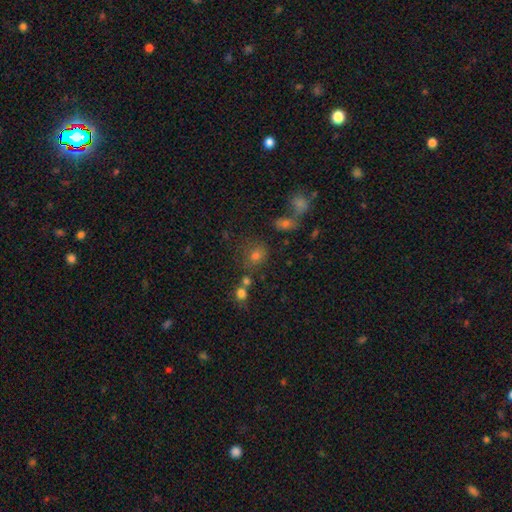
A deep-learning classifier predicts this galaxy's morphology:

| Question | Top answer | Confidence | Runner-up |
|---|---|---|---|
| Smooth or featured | smooth | 66% | star or artifact (23%) |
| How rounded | round | 70% | in between (29%) |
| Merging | none | 64% | merger (16%) |